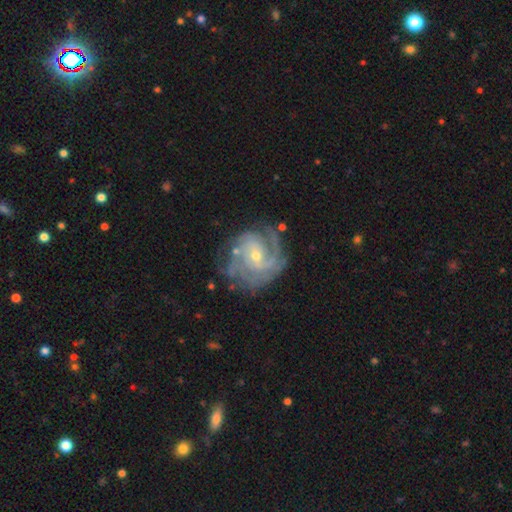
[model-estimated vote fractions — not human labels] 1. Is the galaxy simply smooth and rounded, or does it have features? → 89% featured or disk, 6% star or artifact, 5% smooth.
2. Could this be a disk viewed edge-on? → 98% no, 2% yes.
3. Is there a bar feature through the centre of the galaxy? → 55% no, 36% weak, 9% strong.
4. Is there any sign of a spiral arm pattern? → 97% yes, 3% no.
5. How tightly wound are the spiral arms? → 58% tight, 34% medium, 7% loose.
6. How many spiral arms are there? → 27% 3, 26% 2, 23% can't tell, 11% 4, 7% 1, 6% more than 4.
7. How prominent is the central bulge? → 62% small, 35% moderate, 1% large, 1% none, 1% dominant.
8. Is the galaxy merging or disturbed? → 68% none, 20% minor disturbance, 10% major disturbance, 2% merger.